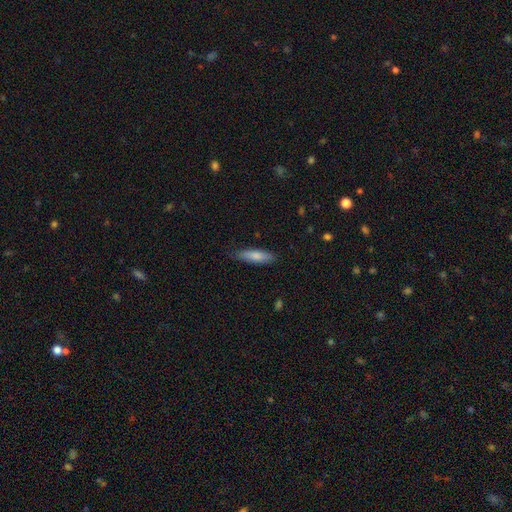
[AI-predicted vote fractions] smooth-or-featured: smooth: 79% | featured or disk: 16% | star or artifact: 6%
  how-rounded: cigar-shaped: 66% | in between: 32% | round: 2%
  merging: none: 80% | minor disturbance: 16% | major disturbance: 3% | merger: 1%